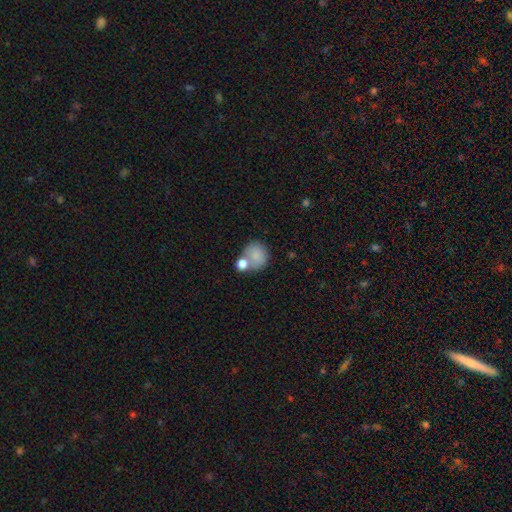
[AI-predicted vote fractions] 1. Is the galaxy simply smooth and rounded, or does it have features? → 81% smooth, 10% featured or disk, 9% star or artifact.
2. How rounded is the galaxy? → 77% round, 22% in between, 1% cigar-shaped.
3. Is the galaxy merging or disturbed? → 46% none, 35% merger, 13% minor disturbance, 6% major disturbance.